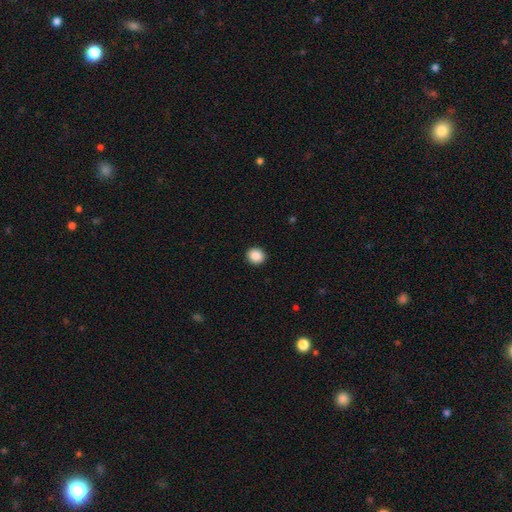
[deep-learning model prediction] This is clearly a smooth galaxy (89%). How rounded: clearly round (84%). Merging: clearly none (92%).